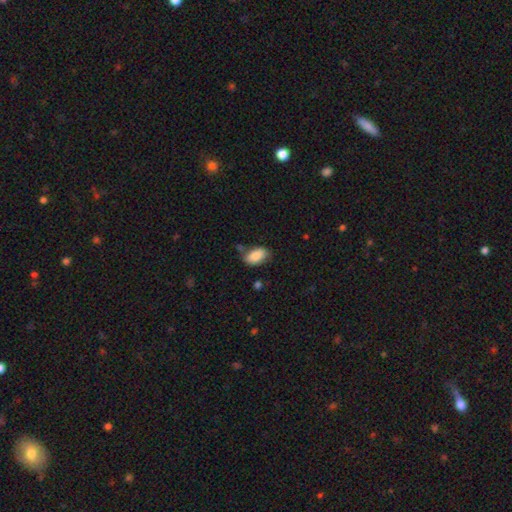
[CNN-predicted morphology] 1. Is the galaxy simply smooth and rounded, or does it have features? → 84% smooth, 10% featured or disk, 7% star or artifact.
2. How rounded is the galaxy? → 93% in between, 5% round, 2% cigar-shaped.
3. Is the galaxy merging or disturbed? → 68% none, 21% minor disturbance, 7% merger, 5% major disturbance.